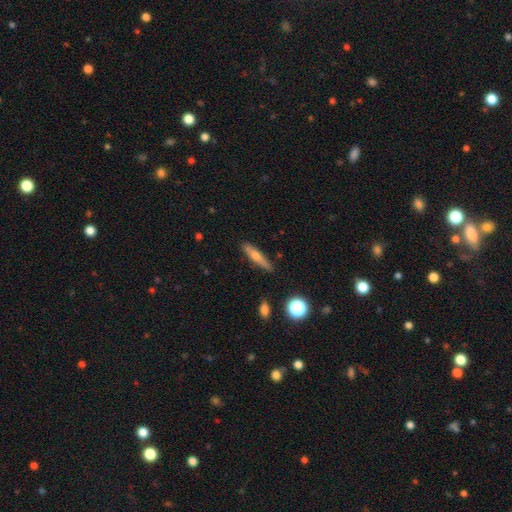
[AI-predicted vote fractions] Overall: smooth (46%; featured or disk 44%). Merging: none (88%).